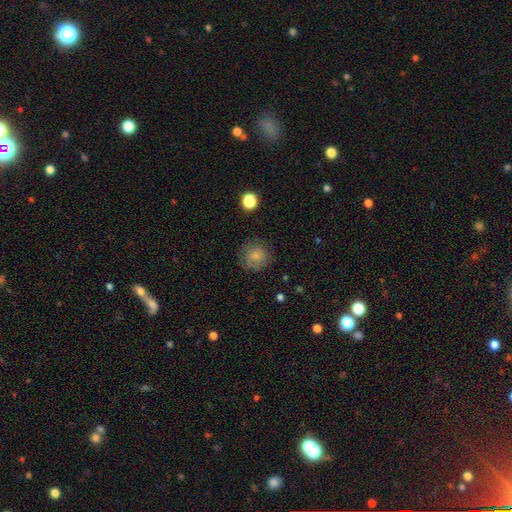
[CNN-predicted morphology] Smooth or featured? smooth (65%)
How rounded? round (89%)
Merging? none (75%)